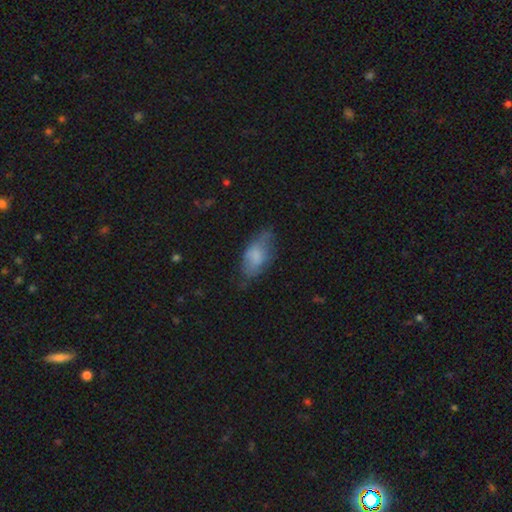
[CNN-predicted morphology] A smooth galaxy with no disk features (72%) that is in between round and cigar-shaped (90%). Merging: none (53%).